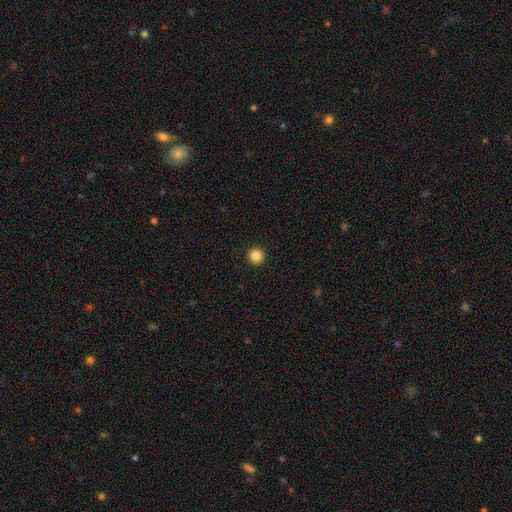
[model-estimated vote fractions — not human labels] Smooth or featured: smooth — 86% (star or artifact — 11%)
How rounded: round — 96% (in between — 3%)
Merging: none — 94% (minor disturbance — 4%)